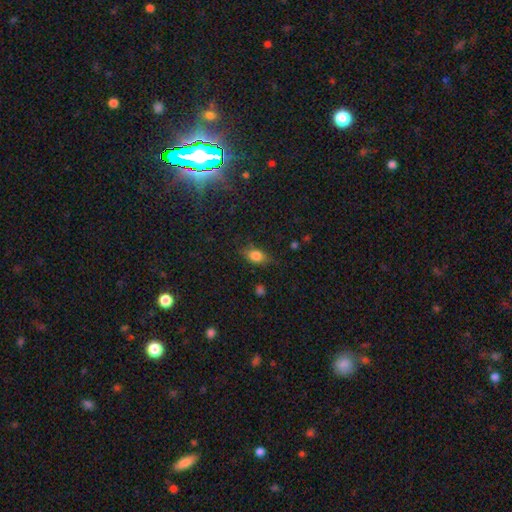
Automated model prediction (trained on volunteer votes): smooth_or_featured: smooth (p=0.79) [alt: featured or disk p=0.10]
how_rounded: in between (p=0.81) [alt: round p=0.13]
merging: none (p=0.75) [alt: minor disturbance p=0.19]